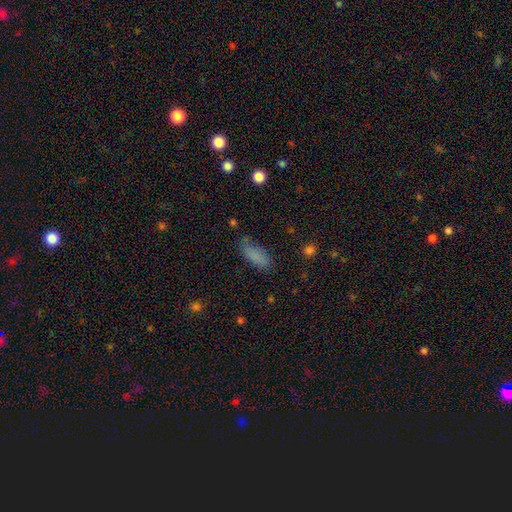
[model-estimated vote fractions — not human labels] Smooth or featured? smooth (82%)
How rounded? in between (75%)
Merging? none (69%)